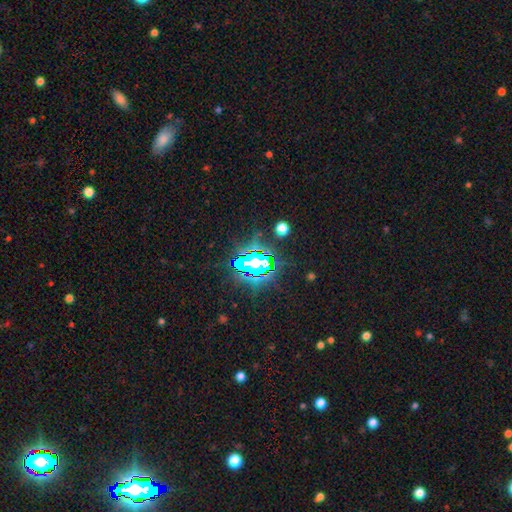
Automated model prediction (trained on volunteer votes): The model was most divided on "smooth or featured": star or artifact: 77%, smooth: 13%, featured or disk: 10%.